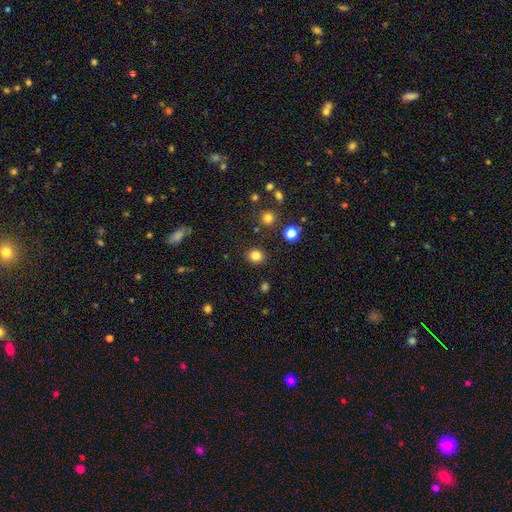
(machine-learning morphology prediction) This is clearly a smooth galaxy (82%). How rounded: clearly round (83%). Merging: clearly none (89%).